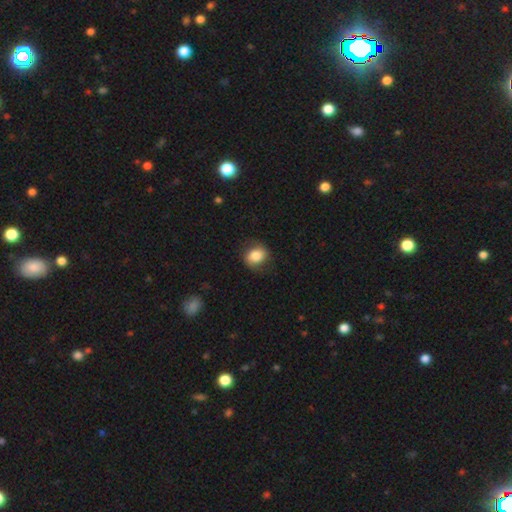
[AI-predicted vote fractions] Smooth or featured: smooth — 78% (featured or disk — 14%)
How rounded: round — 61% (in between — 38%)
Merging: none — 75% (minor disturbance — 18%)